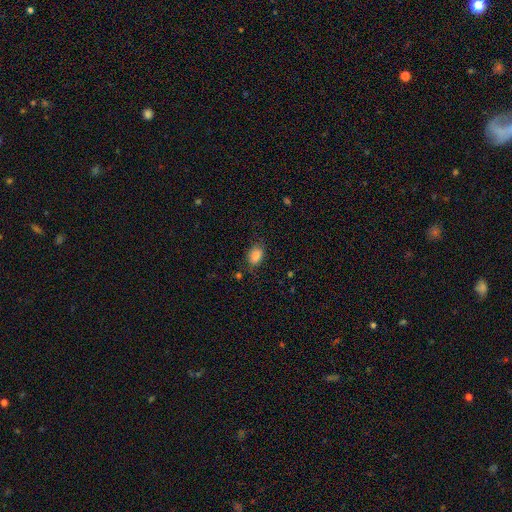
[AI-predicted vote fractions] A smooth galaxy with no disk features (84%) that is in between round and cigar-shaped (81%). Merging: none (74%).